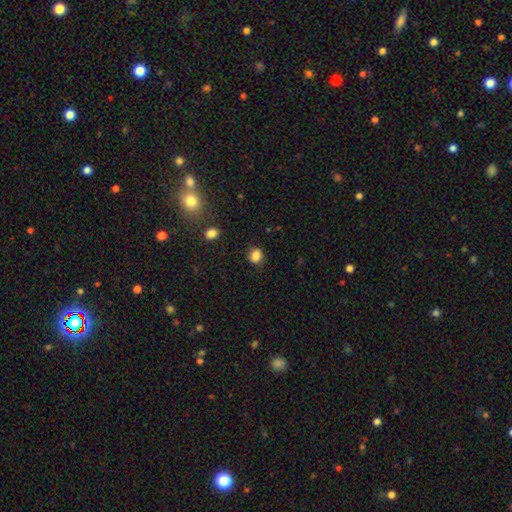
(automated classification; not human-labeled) Smooth or featured? Predicted: smooth (p=0.85). How rounded? Predicted: round (p=0.58). Merging? Predicted: none (p=0.80).